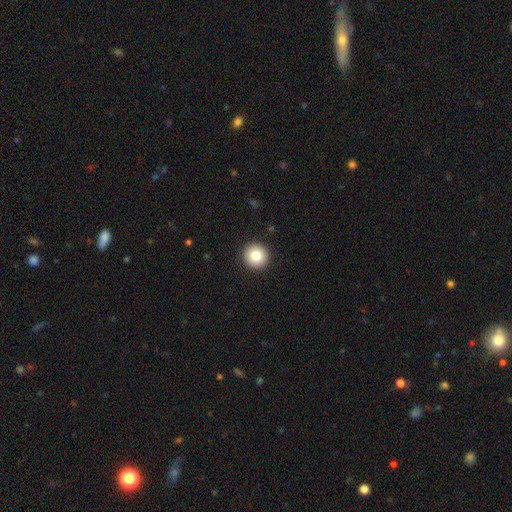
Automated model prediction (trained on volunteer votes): smooth 81%, star or artifact 10%, featured or disk 9%. Down the decision tree: how rounded — round (96%); merging — none (93%).